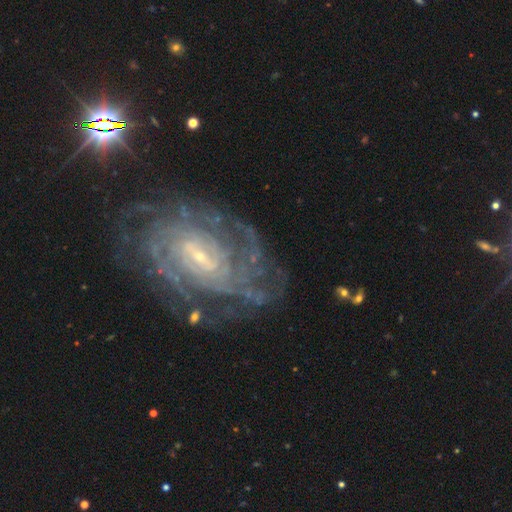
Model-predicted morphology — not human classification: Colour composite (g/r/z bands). It shows a featured or disk galaxy (89%) with a weak bar (52%), tight (68%) spiral arms (96%) and a small central bulge (80%). Merging: none (71%).